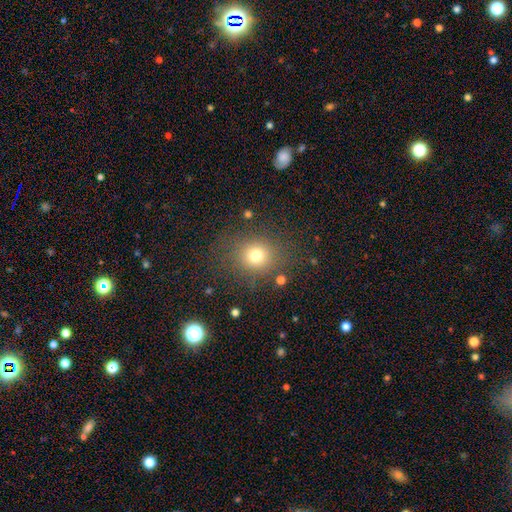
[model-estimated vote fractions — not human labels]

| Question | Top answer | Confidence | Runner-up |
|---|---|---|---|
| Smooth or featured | smooth | 74% | star or artifact (17%) |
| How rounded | round | 80% | in between (19%) |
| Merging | none | 81% | minor disturbance (11%) |